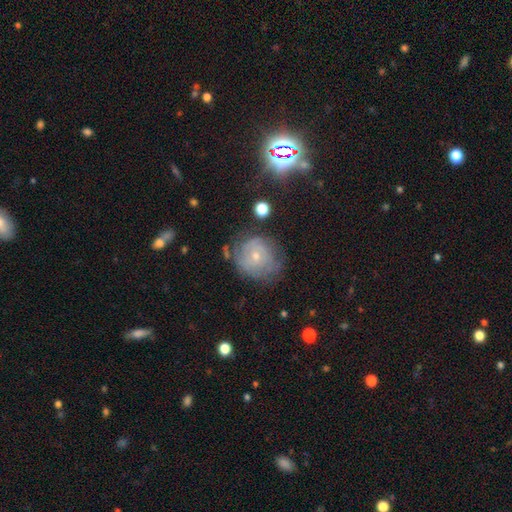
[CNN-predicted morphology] This is possibly a featured or disk galaxy (57%). It is clearly not viewed edge-on (97%). Bar: likely no (78%). Spiral arm pattern: likely yes (70%). Central bulge: likely small (67%). Merging: possibly none (57%).